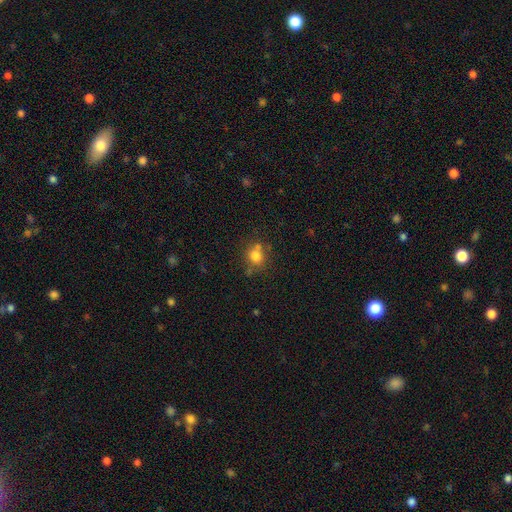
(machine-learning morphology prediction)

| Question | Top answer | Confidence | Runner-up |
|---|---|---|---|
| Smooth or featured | smooth | 77% | star or artifact (13%) |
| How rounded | round | 76% | in between (23%) |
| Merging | none | 63% | minor disturbance (16%) |